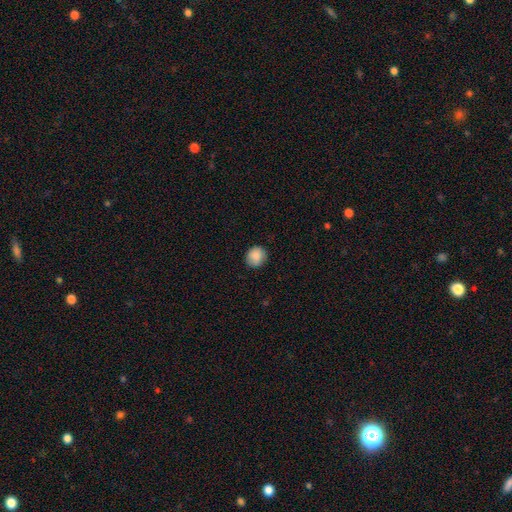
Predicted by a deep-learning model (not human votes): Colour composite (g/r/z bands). It shows a smooth galaxy with no disk features (87%) that is round (85%). Merging: none (86%).